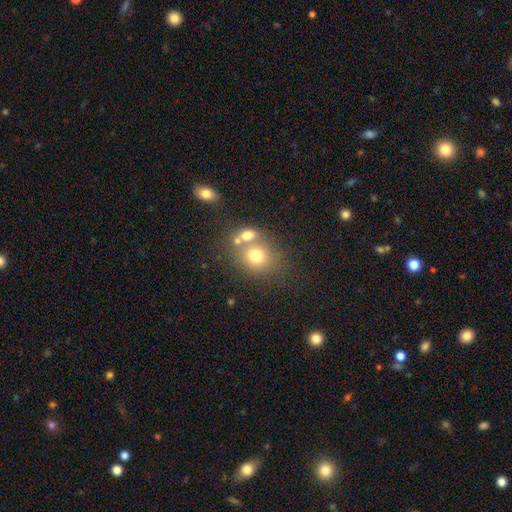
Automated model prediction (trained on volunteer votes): A smooth galaxy with no disk features (70%) that is round (65%).

Vote fractions:
- Smooth or featured? smooth: 70% / featured or disk: 16% / star or artifact: 13%
- How rounded? round: 65% / in between: 34% / cigar-shaped: 1%
- Merging? none: 45% / merger: 40% / minor disturbance: 10% / major disturbance: 5%